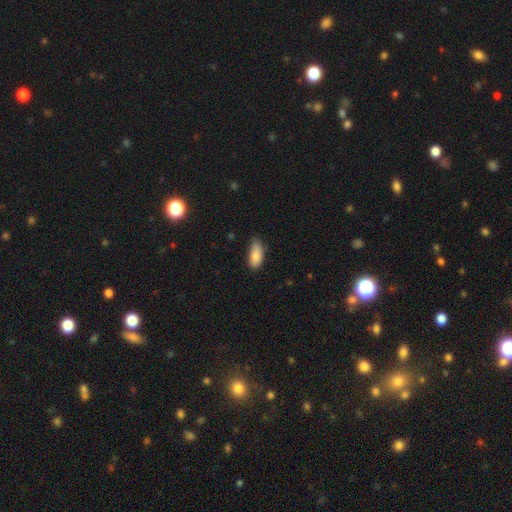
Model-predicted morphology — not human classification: Smooth or featured: smooth — 85% (featured or disk — 8%)
How rounded: in between — 87% (cigar-shaped — 11%)
Merging: none — 72% (minor disturbance — 23%)